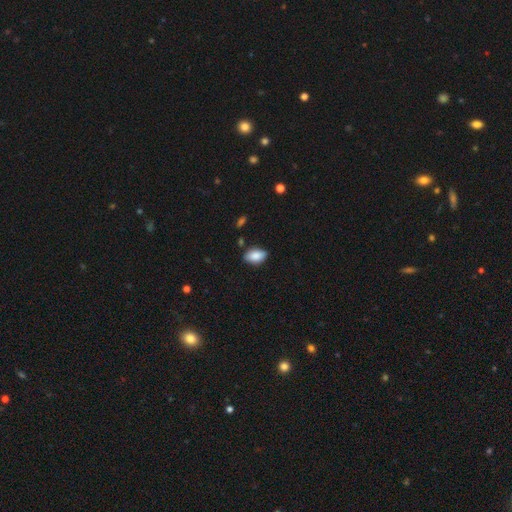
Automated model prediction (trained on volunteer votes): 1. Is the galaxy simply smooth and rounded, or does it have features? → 85% smooth, 7% featured or disk, 7% star or artifact.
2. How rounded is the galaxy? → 91% in between, 6% round, 2% cigar-shaped.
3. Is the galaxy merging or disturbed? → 81% none, 14% minor disturbance, 2% major disturbance, 2% merger.